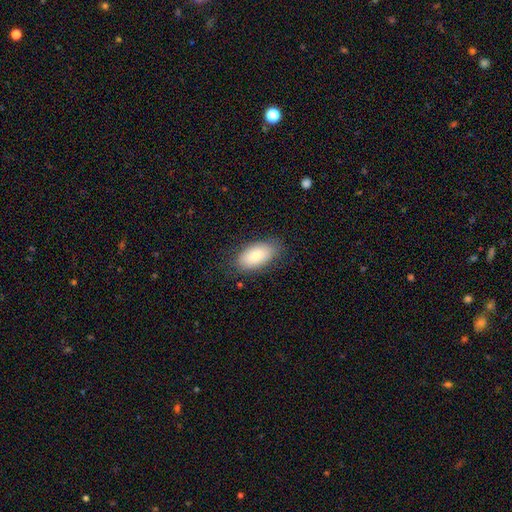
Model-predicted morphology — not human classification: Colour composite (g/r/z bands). It shows a smooth galaxy with no disk features (82%) that is in between round and cigar-shaped (94%). Merging: none (80%).